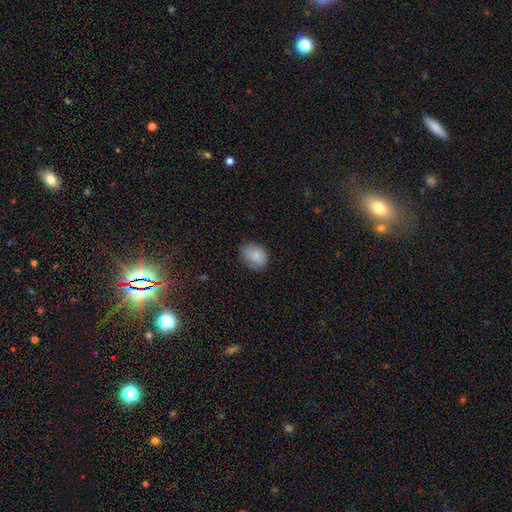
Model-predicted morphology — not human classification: type=smooth (81%); roundness=in between (66%); merging=none (71%).